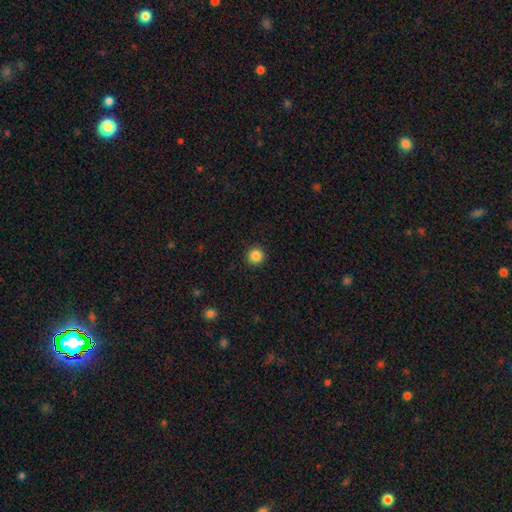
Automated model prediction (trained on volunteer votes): This is clearly a smooth galaxy (86%). How rounded: clearly round (96%). Merging: clearly none (93%).